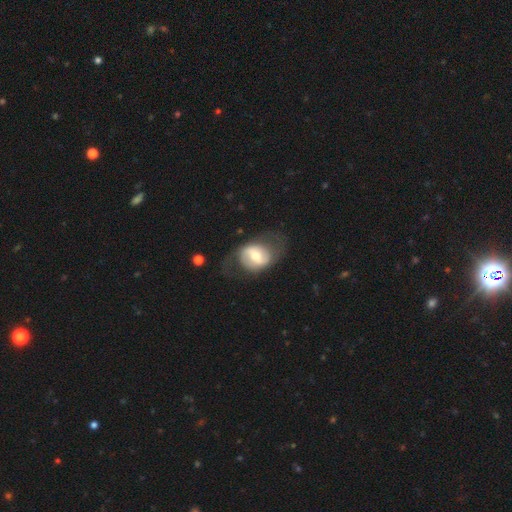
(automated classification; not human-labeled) The model was most divided on "bar": weak: 40%, strong: 35%, no: 25%. More confident: edge-on disk — no (95%); spiral arms — yes (65%); smooth or featured — featured or disk (58%); merging — none (55%); bulge size — moderate (54%).